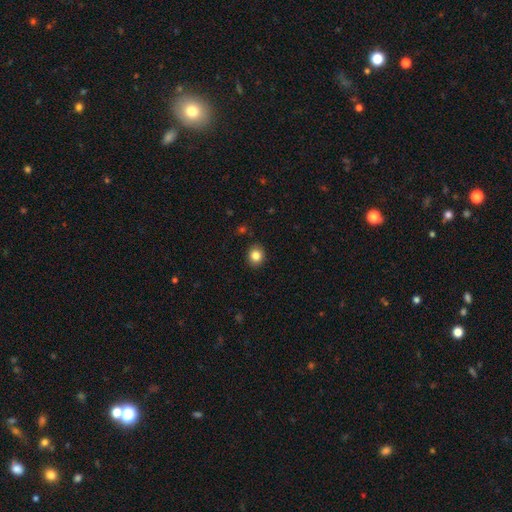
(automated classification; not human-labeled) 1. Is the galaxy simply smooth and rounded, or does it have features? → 84% smooth, 10% star or artifact, 6% featured or disk.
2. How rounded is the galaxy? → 70% round, 29% in between, 1% cigar-shaped.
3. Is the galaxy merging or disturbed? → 89% none, 8% minor disturbance, 2% major disturbance, 1% merger.